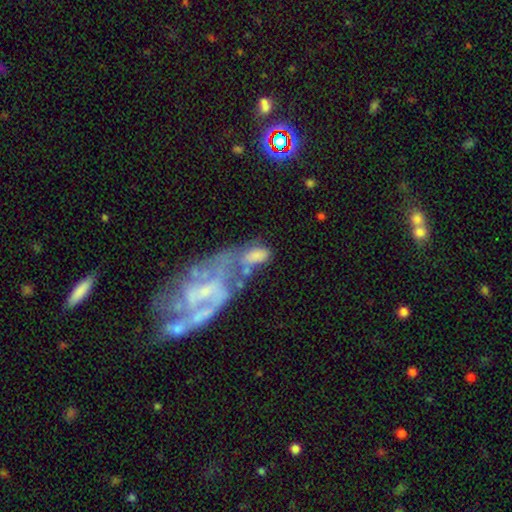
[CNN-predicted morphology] smooth_or_featured: smooth (p=0.56) [alt: featured or disk p=0.34]
how_rounded: in between (p=0.85) [alt: cigar-shaped p=0.07]
merging: merger (p=0.41) [alt: major disturbance p=0.23]